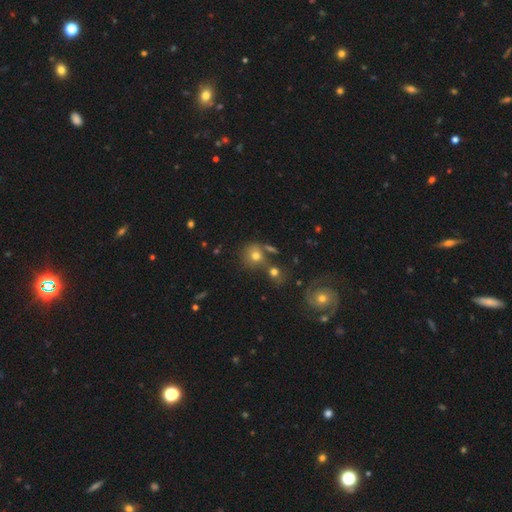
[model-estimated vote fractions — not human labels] The model was most divided on "merging": none: 51%, merger: 28%, minor disturbance: 13%, major disturbance: 8%. More confident: how rounded — round (81%); smooth or featured — smooth (71%).